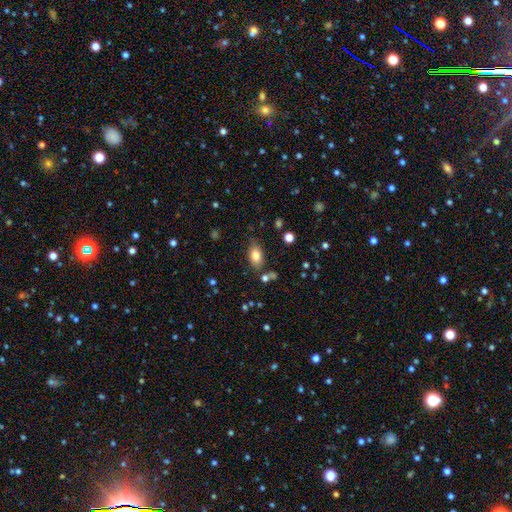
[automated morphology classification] smooth 81%, featured or disk 11%, star or artifact 9%. Down the decision tree: how rounded — in between (89%); merging — none (74%).